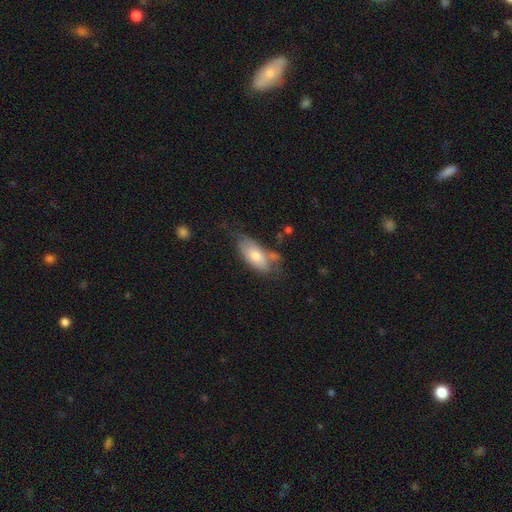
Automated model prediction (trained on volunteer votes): Smooth or featured? Predicted: smooth (p=0.69). How rounded? Predicted: in between (p=0.87). Merging? Predicted: none (p=0.46).